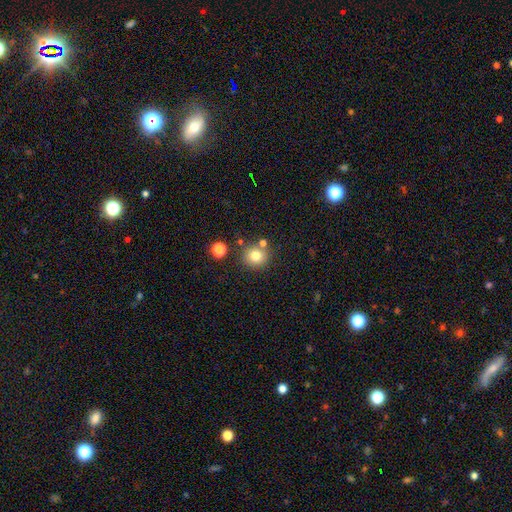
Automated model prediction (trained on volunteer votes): smooth-or-featured: smooth: 79% | star or artifact: 13% | featured or disk: 8%
  how-rounded: round: 88% | in between: 11% | cigar-shaped: 1%
  merging: none: 77% | merger: 11% | minor disturbance: 9% | major disturbance: 3%